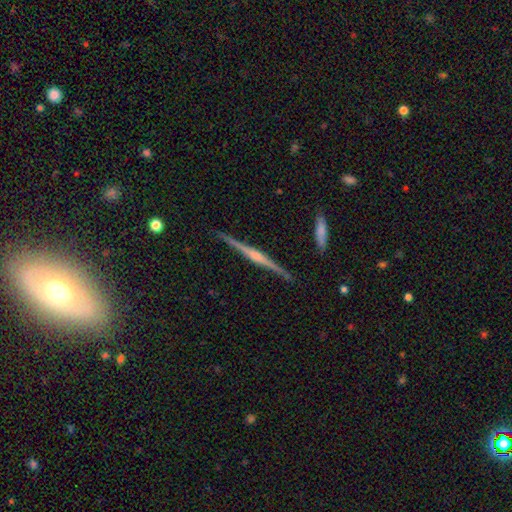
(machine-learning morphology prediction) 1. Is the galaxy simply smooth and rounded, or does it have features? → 83% featured or disk, 11% smooth, 6% star or artifact.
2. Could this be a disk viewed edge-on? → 98% yes, 2% no.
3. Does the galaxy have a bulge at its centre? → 73% rounded, 14% boxy, 13% none.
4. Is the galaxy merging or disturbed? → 90% none, 7% minor disturbance, 1% major disturbance, 1% merger.